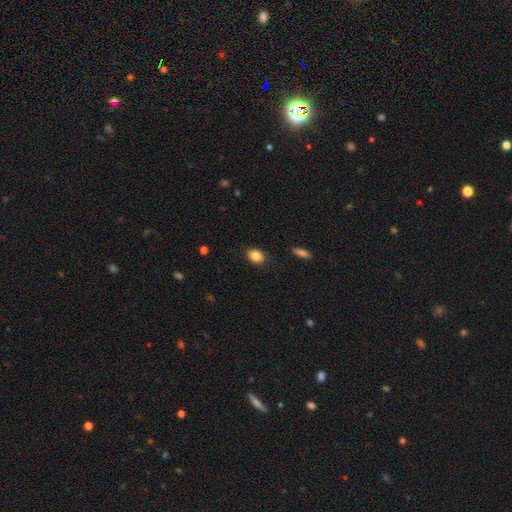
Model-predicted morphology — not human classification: This appears to be a smooth galaxy with no disk features (85%) that is in between round and cigar-shaped (61%). Merging: none (85%).